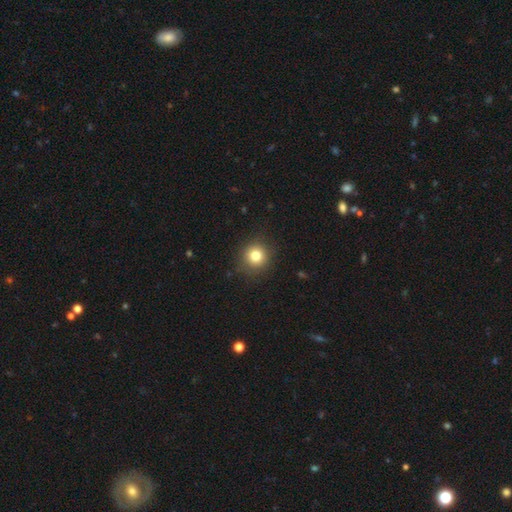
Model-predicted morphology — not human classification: Smooth or featured?
  - smooth: 80% *
  - star or artifact: 12%
  - featured or disk: 8%
How rounded?
  - round: 93% *
  - in between: 6%
  - cigar-shaped: 1%
Merging?
  - none: 89% *
  - minor disturbance: 7%
  - major disturbance: 3%
  - merger: 1%